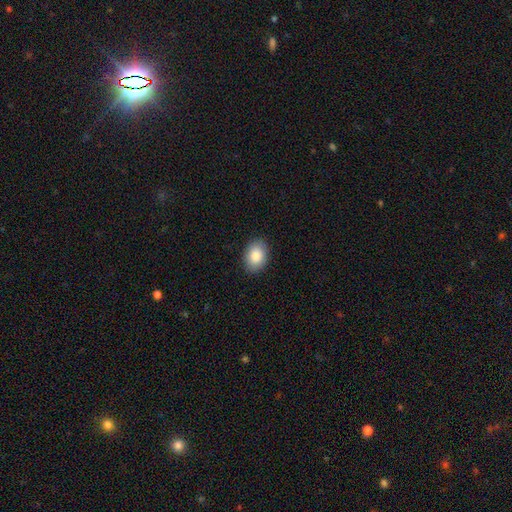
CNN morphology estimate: smooth 86%, star or artifact 7%, featured or disk 7%. Down the decision tree: how rounded — in between (79%); merging — none (89%).